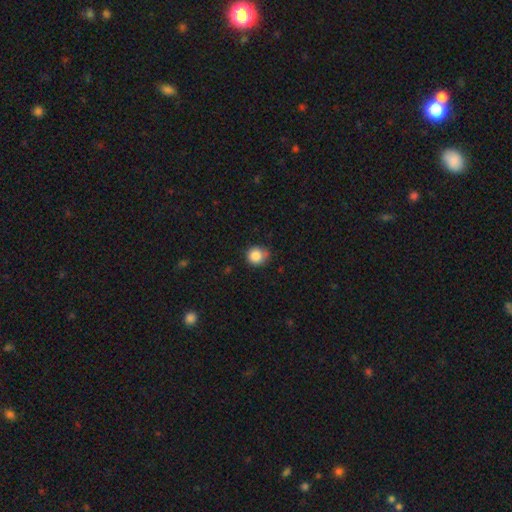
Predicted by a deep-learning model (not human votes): smooth-or-featured: smooth: 86% | star or artifact: 10% | featured or disk: 5%
  how-rounded: round: 88% | in between: 11% | cigar-shaped: 1%
  merging: none: 68% | minor disturbance: 26% | major disturbance: 4% | merger: 2%